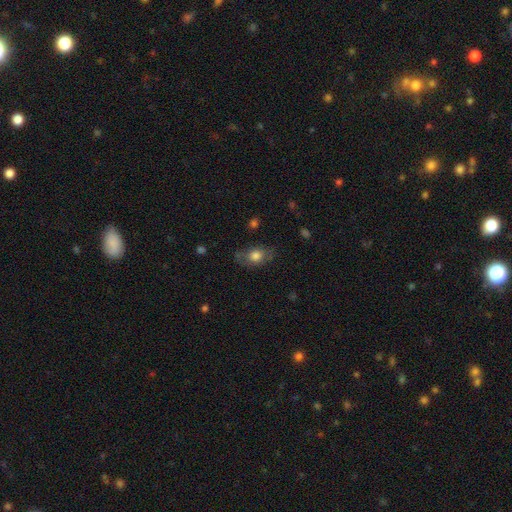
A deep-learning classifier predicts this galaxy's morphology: Smooth or featured? Predicted: smooth (p=0.72). How rounded? Predicted: in between (p=0.73). Merging? Predicted: none (p=0.69).